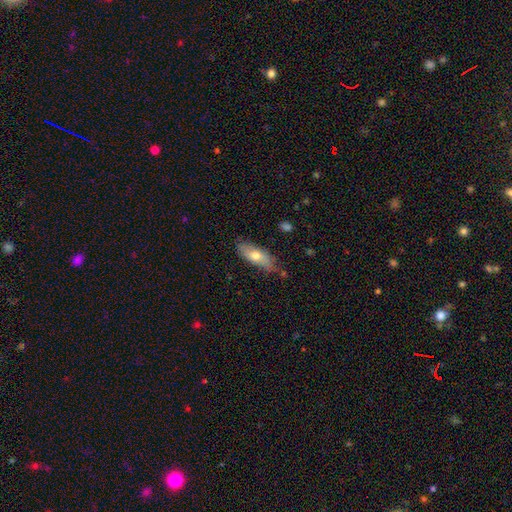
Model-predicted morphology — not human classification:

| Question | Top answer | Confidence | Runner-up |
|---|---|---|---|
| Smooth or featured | smooth | 63% | featured or disk (30%) |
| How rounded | in between | 65% | cigar-shaped (32%) |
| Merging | none | 70% | minor disturbance (24%) |